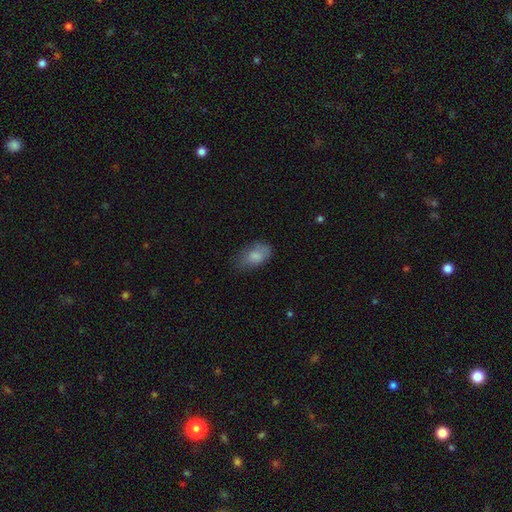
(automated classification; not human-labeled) smooth-or-featured: smooth: 80% | featured or disk: 13% | star or artifact: 7%
  how-rounded: in between: 92% | round: 6% | cigar-shaped: 2%
  merging: none: 55% | minor disturbance: 32% | major disturbance: 11% | merger: 2%